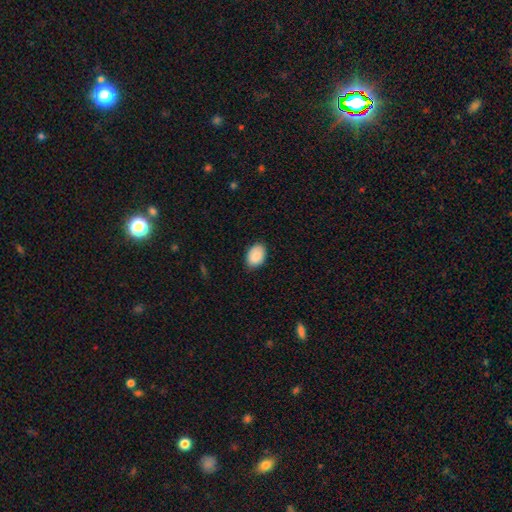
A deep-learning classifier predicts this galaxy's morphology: type=smooth (90%); roundness=in between (84%); merging=none (83%).